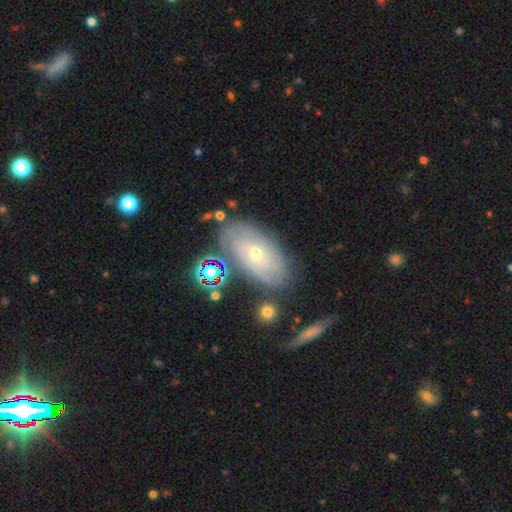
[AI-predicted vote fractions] This appears to be a featured or disk galaxy (68%) with no bar (73%), tight (72%) spiral arms (84%) and a small central bulge (57%). Merging: none (74%).